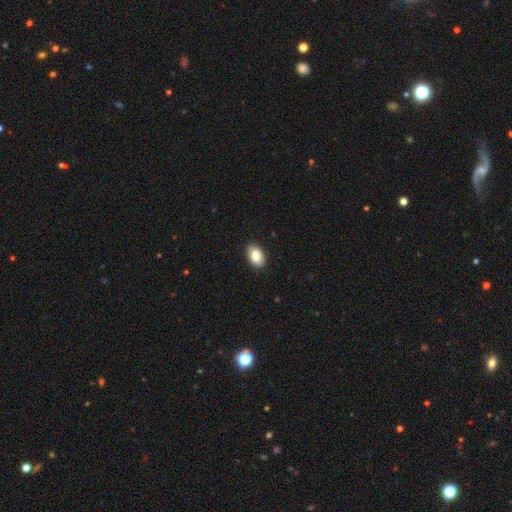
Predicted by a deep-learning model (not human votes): Smooth or featured: smooth — 85% (featured or disk — 8%)
How rounded: in between — 91% (round — 8%)
Merging: none — 88% (minor disturbance — 9%)